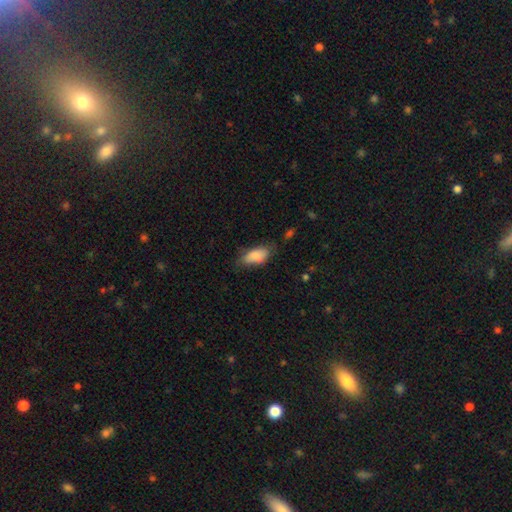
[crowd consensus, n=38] Volunteers were most divided on "merging": none: 65%, minor disturbance: 19%, major disturbance: 14%, merger: 3%. More confident: how rounded — in between (100%); smooth or featured — smooth (84%).